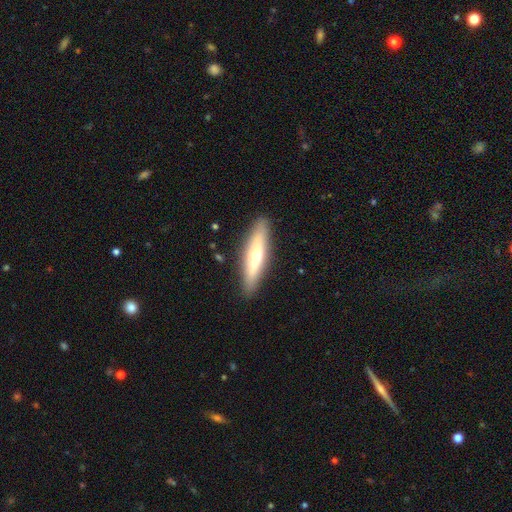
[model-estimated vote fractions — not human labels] Smooth or featured? featured or disk (51%)
Edge-on disk? yes (83%)
Merging? none (89%)